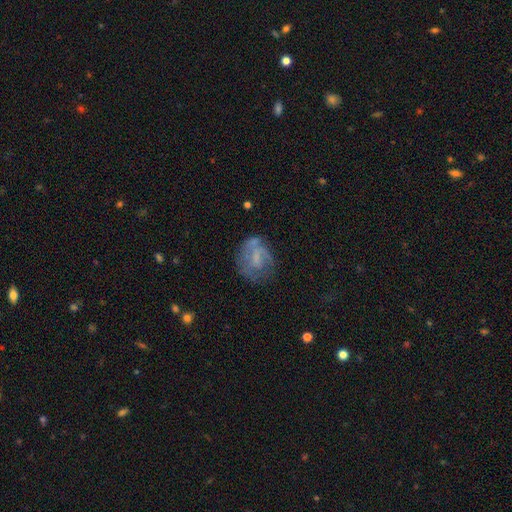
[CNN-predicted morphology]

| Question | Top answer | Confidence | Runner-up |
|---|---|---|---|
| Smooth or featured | featured or disk | 51% | smooth (38%) |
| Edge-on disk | no | 97% | yes (3%) |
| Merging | none | 51% | minor disturbance (24%) |